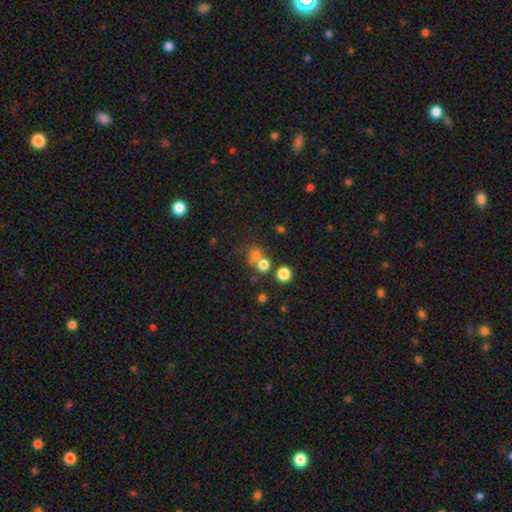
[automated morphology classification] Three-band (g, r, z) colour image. It shows a smooth galaxy with no disk features (69%) that is round (82%). Merging: none (46%).